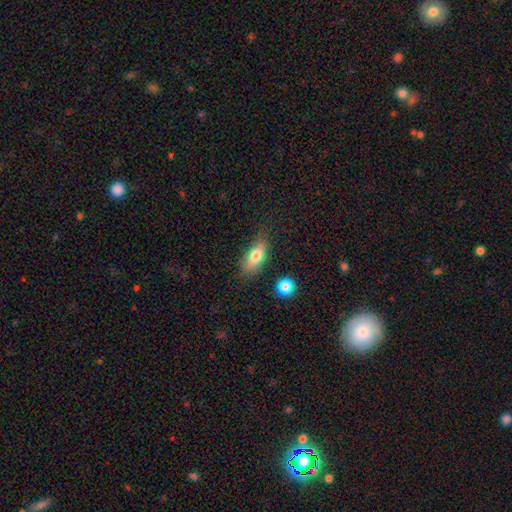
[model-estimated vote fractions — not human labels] This is likely a smooth galaxy (76%). How rounded: clearly in between (82%). Merging: likely none (70%).